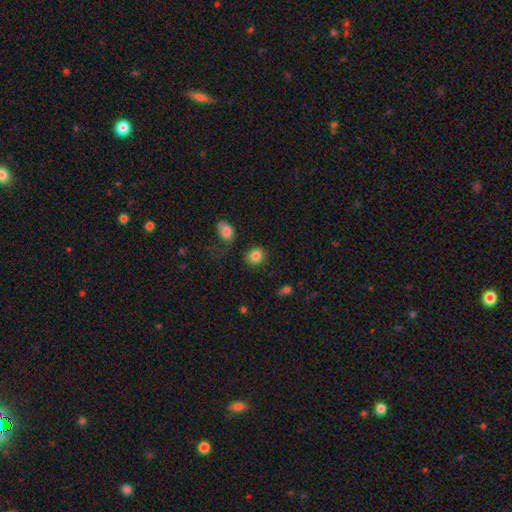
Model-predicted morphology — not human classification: A smooth galaxy with no disk features (85%) that is round (66%).

Vote fractions:
- Smooth or featured? smooth: 85% / star or artifact: 10% / featured or disk: 6%
- How rounded? round: 66% / in between: 33% / cigar-shaped: 1%
- Merging? none: 83% / minor disturbance: 10% / major disturbance: 4% / merger: 4%